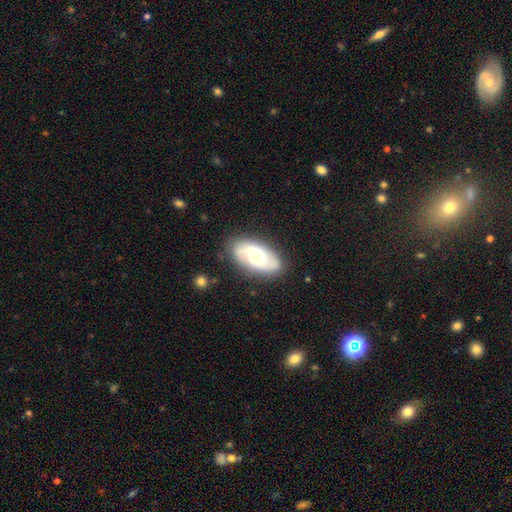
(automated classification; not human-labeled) Smooth or featured? Predicted: featured or disk (p=0.61). Edge-on disk? Predicted: no (p=0.93). Bar? Predicted: no (p=0.62). Spiral arms? Predicted: yes (p=0.86). Bulge size? Predicted: moderate (p=0.56). Merging? Predicted: none (p=0.81).